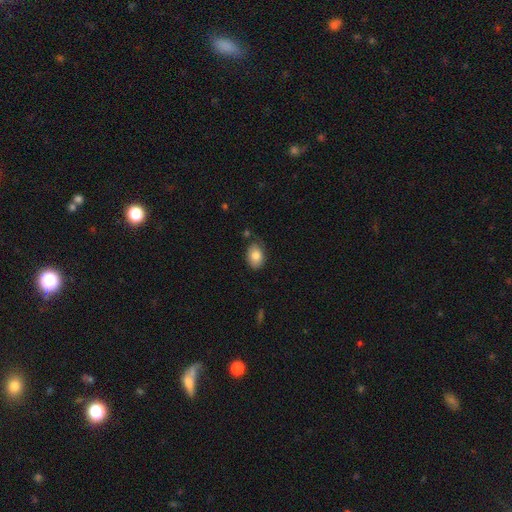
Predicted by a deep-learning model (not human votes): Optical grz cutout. It shows a smooth galaxy with no disk features (83%) that is in between round and cigar-shaped (81%). Merging: none (73%).